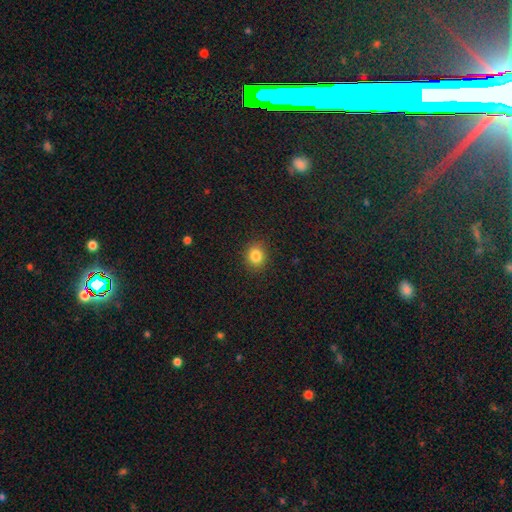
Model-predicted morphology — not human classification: Smooth or featured? smooth (84%)
How rounded? round (70%)
Merging? none (89%)